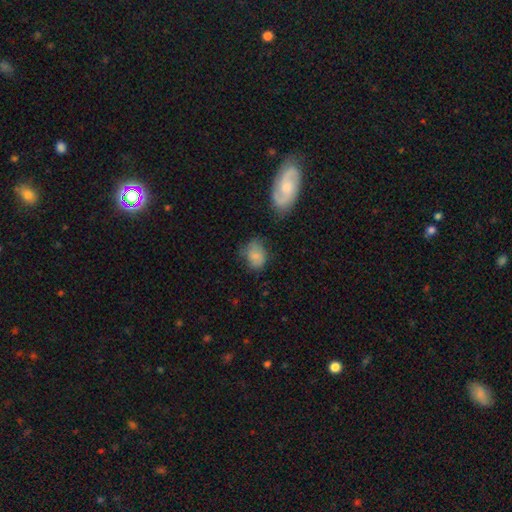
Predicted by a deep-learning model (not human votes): A smooth galaxy with no disk features (78%) that is in between round and cigar-shaped (67%).

Vote fractions:
- Smooth or featured? smooth: 78% / featured or disk: 13% / star or artifact: 9%
- How rounded? in between: 67% / round: 32% / cigar-shaped: 1%
- Merging? none: 54% / minor disturbance: 29% / major disturbance: 11% / merger: 6%